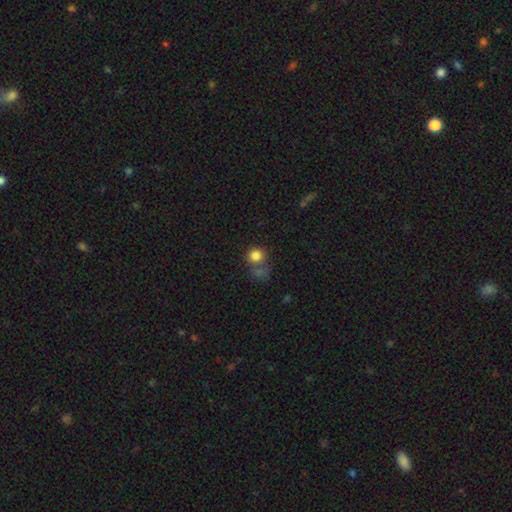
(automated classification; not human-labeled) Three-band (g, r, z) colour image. It shows a smooth galaxy with no disk features (82%) that is round (89%). Merging: none (59%).